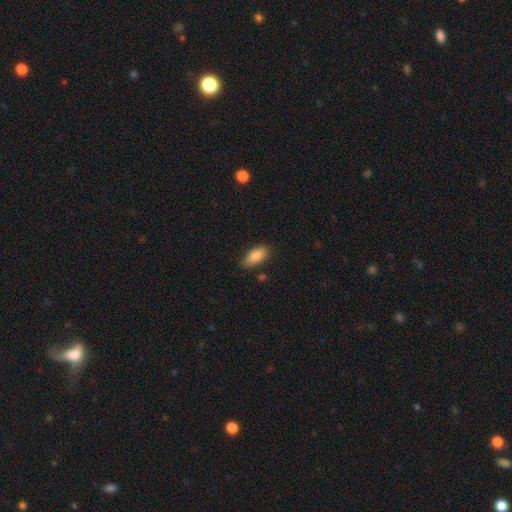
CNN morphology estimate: Overall: smooth (85%). How rounded: in between (87%). Merging: none (81%).